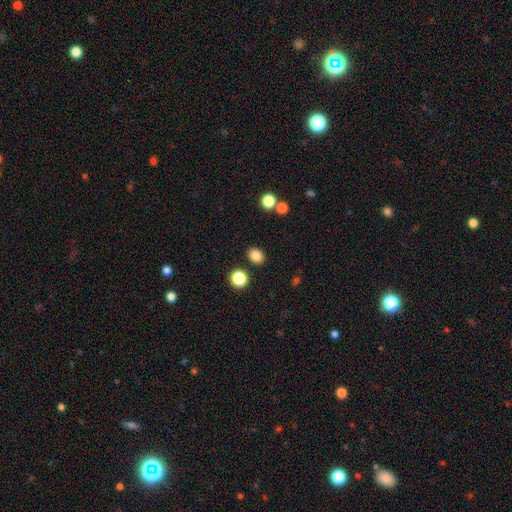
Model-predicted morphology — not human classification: Smooth or featured?
  - smooth: 84% *
  - star or artifact: 11%
  - featured or disk: 5%
How rounded?
  - in between: 59% *
  - round: 40%
  - cigar-shaped: 1%
Merging?
  - none: 87% *
  - minor disturbance: 8%
  - merger: 3%
  - major disturbance: 2%